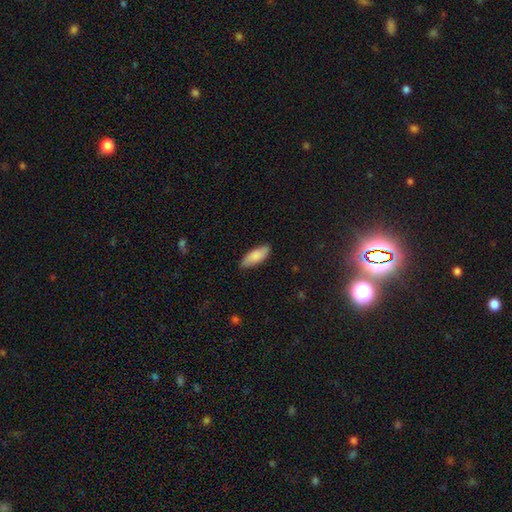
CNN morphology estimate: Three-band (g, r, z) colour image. It shows a smooth galaxy with no disk features (84%) that is in between round and cigar-shaped (72%). Merging: none (85%).